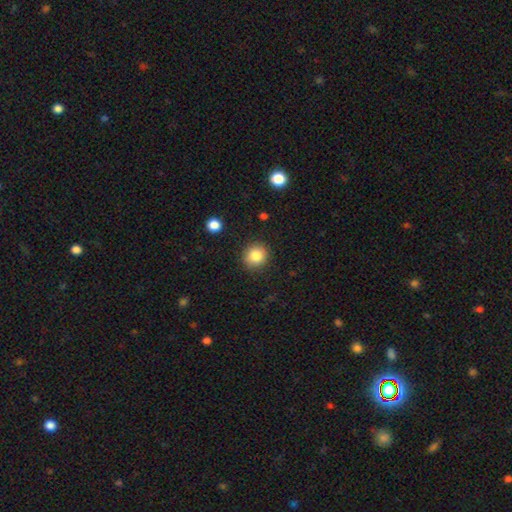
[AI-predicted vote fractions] Q: Smooth or featured?
A: smooth (84%); runner-up: star or artifact (10%)
Q: How rounded?
A: round (86%); runner-up: in between (13%)
Q: Merging?
A: none (89%); runner-up: minor disturbance (8%)